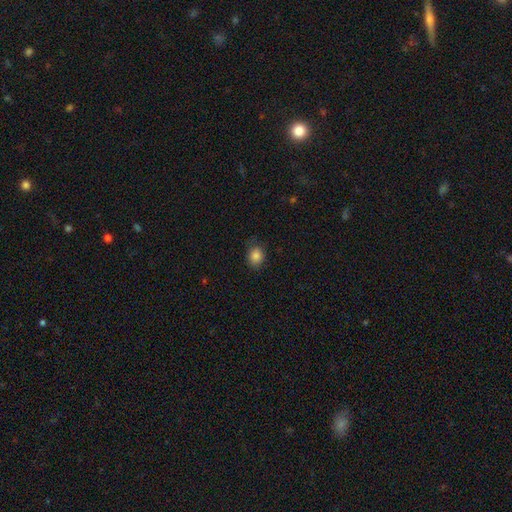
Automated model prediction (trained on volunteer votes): smooth 85%, star or artifact 10%, featured or disk 5%. Down the decision tree: how rounded — round (63%); merging — none (78%).